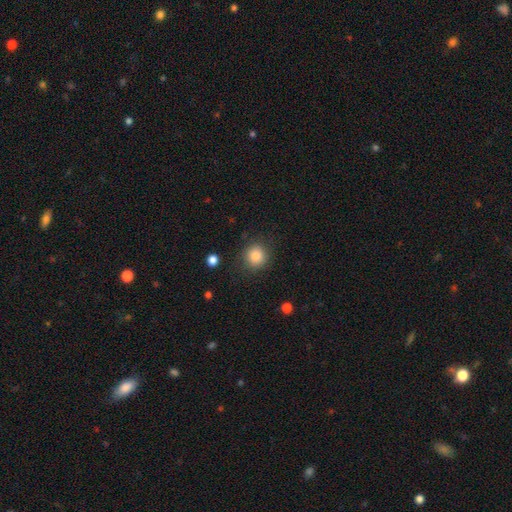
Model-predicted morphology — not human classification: type=smooth (85%); roundness=round (89%); merging=none (86%).